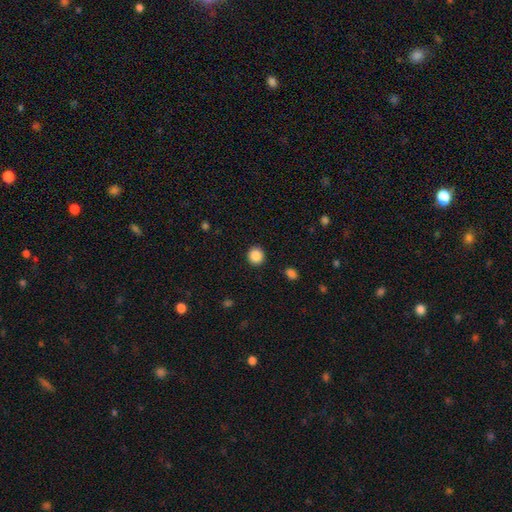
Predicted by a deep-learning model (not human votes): A smooth galaxy with no disk features (87%) that is round (91%).

Vote fractions:
- Smooth or featured? smooth: 87% / star or artifact: 9% / featured or disk: 3%
- How rounded? round: 91% / in between: 8% / cigar-shaped: 1%
- Merging? none: 92% / minor disturbance: 5% / major disturbance: 2% / merger: 1%